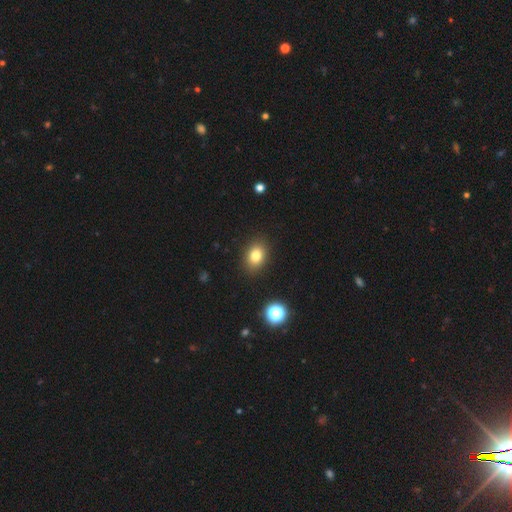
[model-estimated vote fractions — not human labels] A smooth galaxy with no disk features (80%) that is in between round and cigar-shaped (66%).

Vote fractions:
- Smooth or featured? smooth: 80% / star or artifact: 12% / featured or disk: 8%
- How rounded? in between: 66% / round: 33% / cigar-shaped: 1%
- Merging? none: 88% / minor disturbance: 8% / major disturbance: 2% / merger: 1%